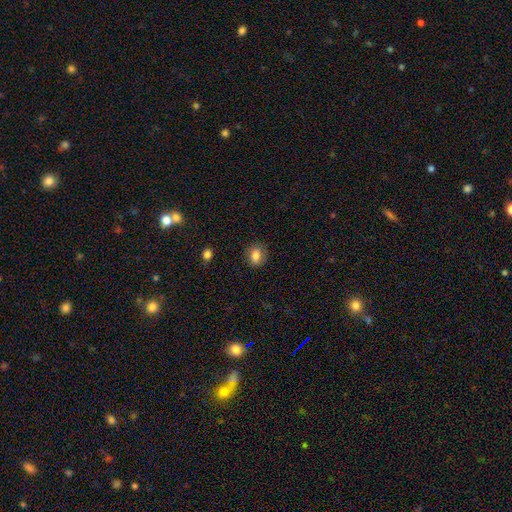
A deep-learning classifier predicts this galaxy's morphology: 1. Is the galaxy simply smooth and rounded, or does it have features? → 82% smooth, 9% star or artifact, 9% featured or disk.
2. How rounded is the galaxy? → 53% in between, 46% round, 1% cigar-shaped.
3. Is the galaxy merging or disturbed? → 82% none, 13% minor disturbance, 4% major disturbance, 1% merger.